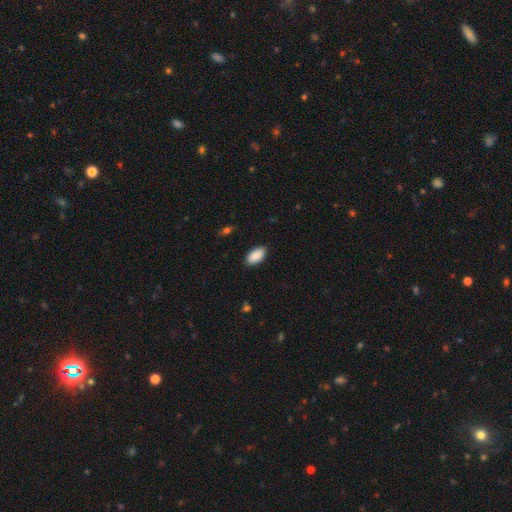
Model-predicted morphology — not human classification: This appears to be a smooth galaxy with no disk features (91%) that is in between round and cigar-shaped (94%). Merging: none (87%).